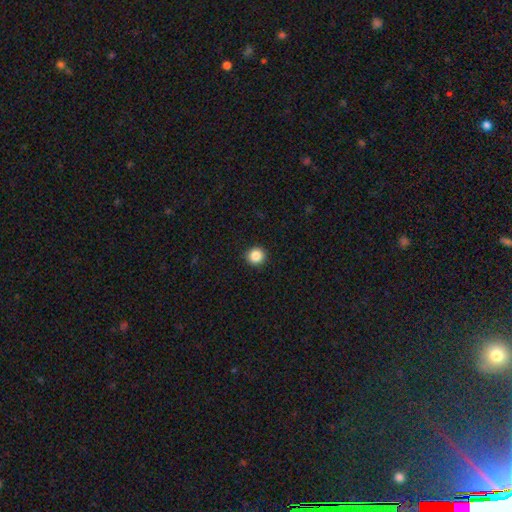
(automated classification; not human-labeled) Q: Smooth or featured?
A: smooth (86%); runner-up: star or artifact (10%)
Q: How rounded?
A: round (94%); runner-up: in between (5%)
Q: Merging?
A: none (93%); runner-up: minor disturbance (5%)